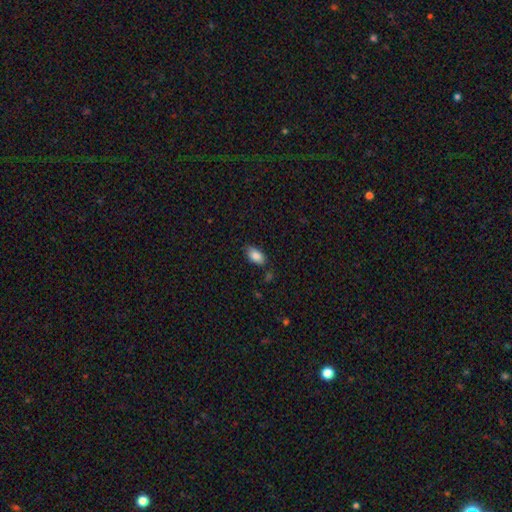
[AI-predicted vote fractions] smooth-or-featured: smooth: 86% | star or artifact: 8% | featured or disk: 7%
  how-rounded: in between: 93% | round: 5% | cigar-shaped: 3%
  merging: none: 78% | minor disturbance: 17% | major disturbance: 3% | merger: 3%